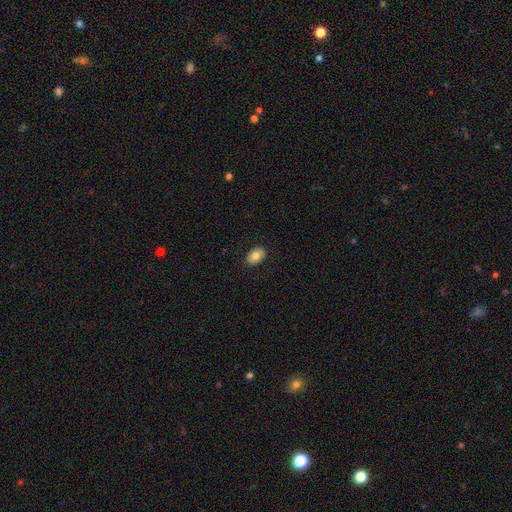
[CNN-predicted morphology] Overall: smooth (78%). How rounded: in between (84%). Merging: none (88%).